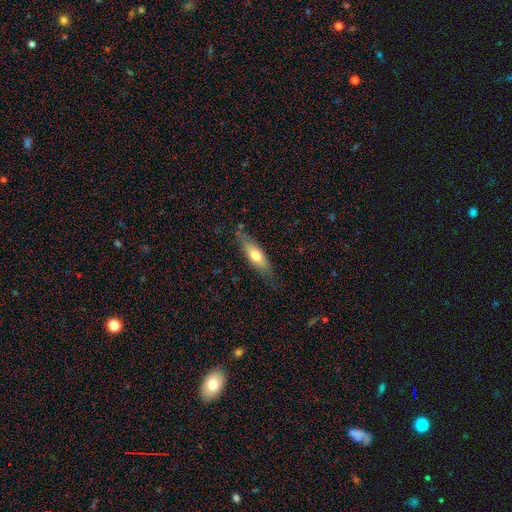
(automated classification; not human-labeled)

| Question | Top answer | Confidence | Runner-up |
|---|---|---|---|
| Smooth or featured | smooth | 61% | featured or disk (33%) |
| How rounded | cigar-shaped | 52% | in between (46%) |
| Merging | none | 74% | minor disturbance (19%) |